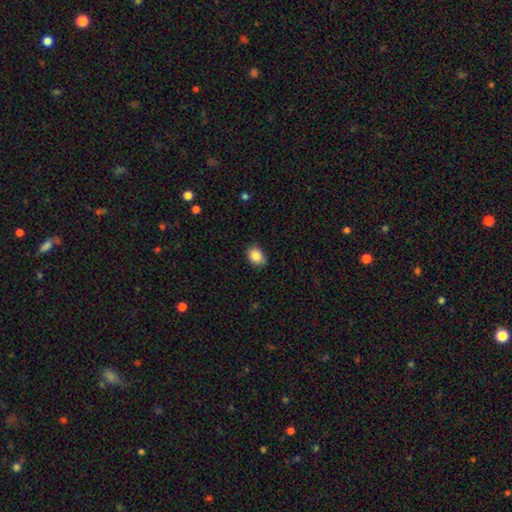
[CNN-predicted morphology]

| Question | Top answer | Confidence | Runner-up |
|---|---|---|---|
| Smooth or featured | smooth | 87% | star or artifact (8%) |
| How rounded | in between | 62% | round (37%) |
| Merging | none | 76% | minor disturbance (20%) |